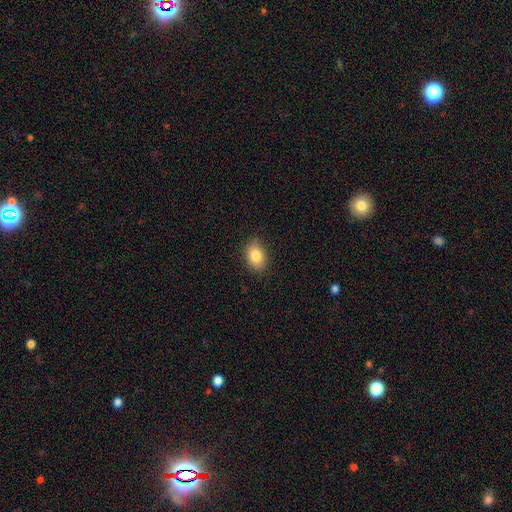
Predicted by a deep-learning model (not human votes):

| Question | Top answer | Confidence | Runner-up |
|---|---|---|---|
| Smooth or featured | smooth | 84% | star or artifact (8%) |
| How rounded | in between | 78% | round (21%) |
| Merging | none | 85% | minor disturbance (12%) |